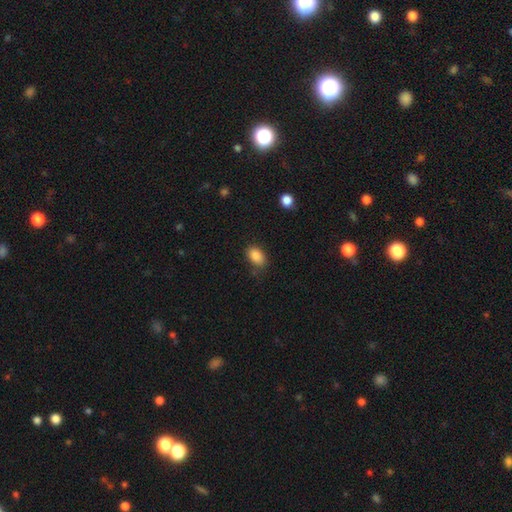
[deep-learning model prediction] Smooth or featured? Predicted: smooth (p=0.87). How rounded? Predicted: in between (p=0.86). Merging? Predicted: none (p=0.77).